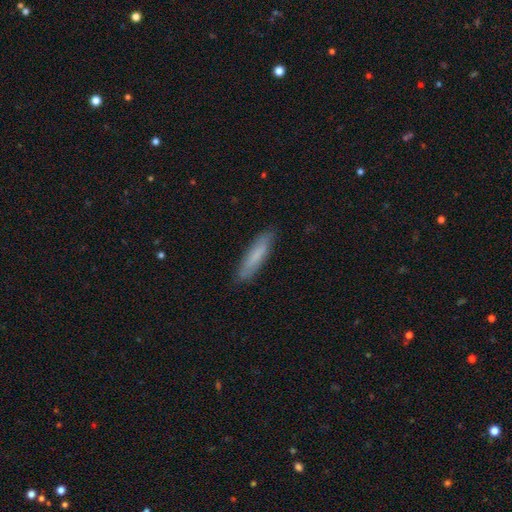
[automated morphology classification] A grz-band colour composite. It shows a smooth galaxy with no disk features (74%) that is cigar-shaped (81%). Merging: none (86%).